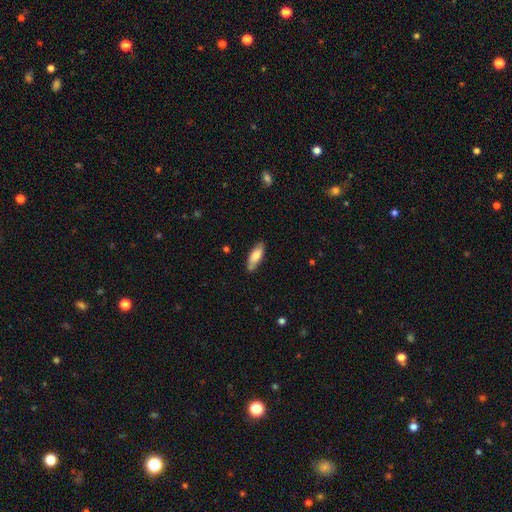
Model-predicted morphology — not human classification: Smooth or featured? smooth (75%)
How rounded? in between (64%)
Merging? none (78%)